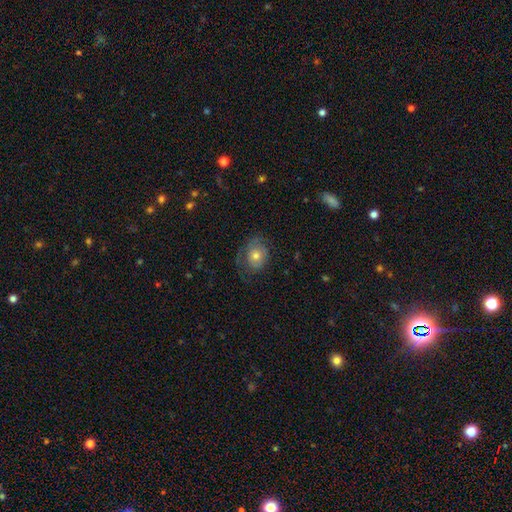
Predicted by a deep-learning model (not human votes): A smooth galaxy with no disk features (61%) that is round (50%).

Vote fractions:
- Smooth or featured? smooth: 61% / featured or disk: 31% / star or artifact: 8%
- How rounded? round: 50% / in between: 49% / cigar-shaped: 1%
- Merging? none: 56% / minor disturbance: 24% / major disturbance: 19% / merger: 1%